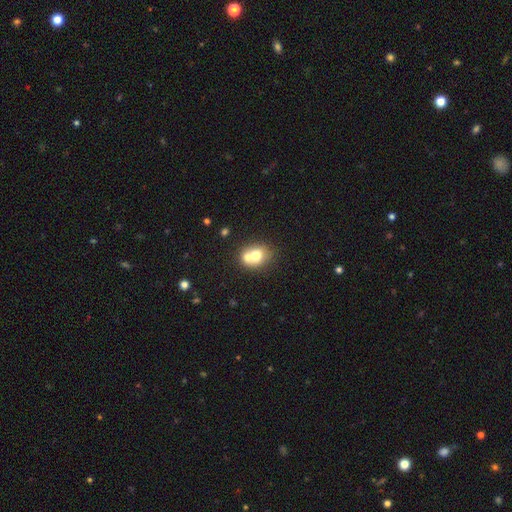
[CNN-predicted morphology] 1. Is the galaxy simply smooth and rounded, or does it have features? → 67% smooth, 23% featured or disk, 10% star or artifact.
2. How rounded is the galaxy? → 60% round, 39% in between, 1% cigar-shaped.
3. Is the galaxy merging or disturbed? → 59% merger, 31% none, 7% minor disturbance, 3% major disturbance.